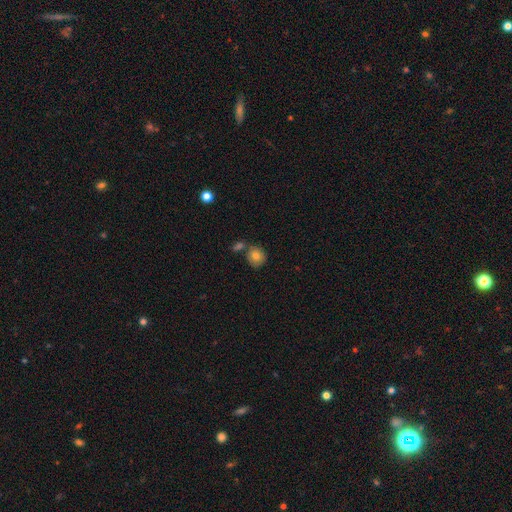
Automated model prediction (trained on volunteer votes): A smooth galaxy with no disk features (79%) that is round (84%). Merging: none (66%).